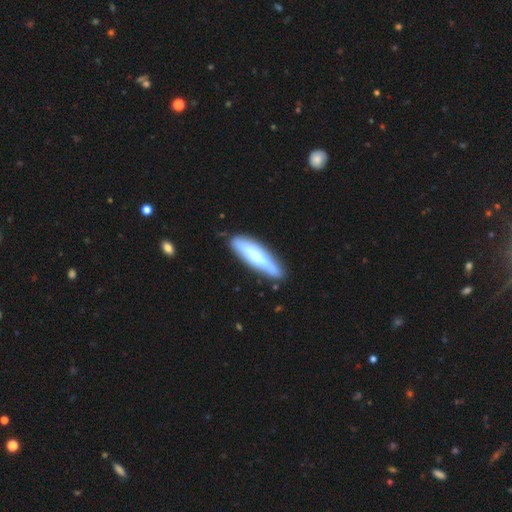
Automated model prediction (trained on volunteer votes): Morphology: type=smooth (57%); roundness=cigar-shaped (77%); merging=none (78%).